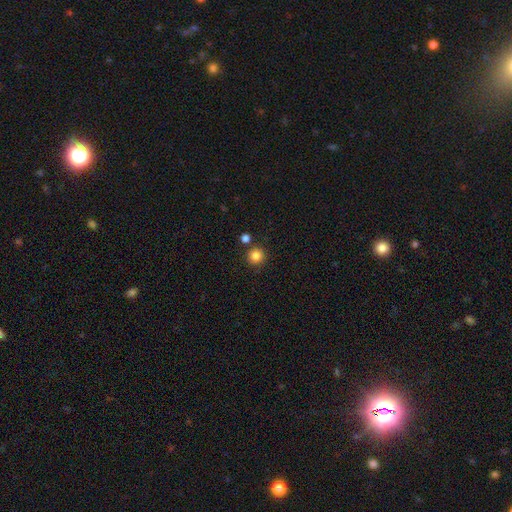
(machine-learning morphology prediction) Smooth or featured?
  - smooth: 84% *
  - star or artifact: 11%
  - featured or disk: 4%
How rounded?
  - round: 95% *
  - in between: 5%
  - cigar-shaped: 1%
Merging?
  - none: 85% *
  - minor disturbance: 7%
  - merger: 7%
  - major disturbance: 2%